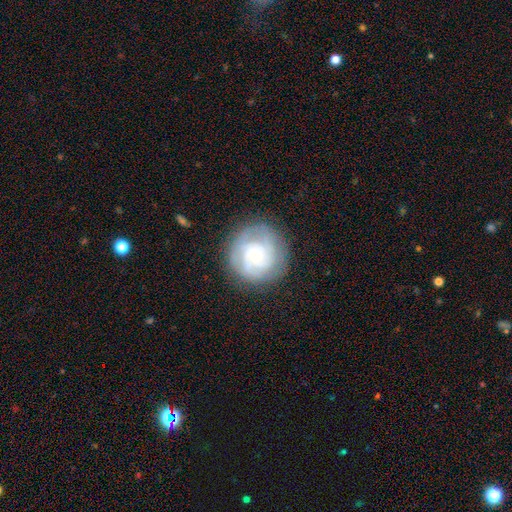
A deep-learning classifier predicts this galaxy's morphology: featured or disk 73%, smooth 20%, star or artifact 7%. Down the decision tree: edge-on disk — no (98%); bar — no (75%); spiral arms — yes (91%); spiral arm count — can't tell (31%); spiral winding — tight (65%); bulge size — small (66%); merging — none (81%).